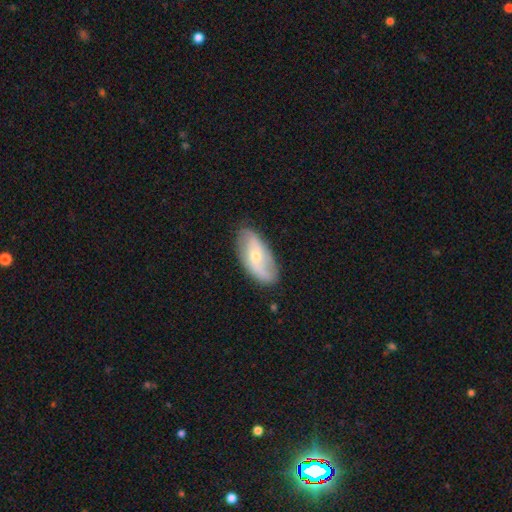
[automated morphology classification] A featured or disk galaxy (61%) with no bar (61%), spiral arms (80%) and a small central bulge (60%). Merging: none (78%).